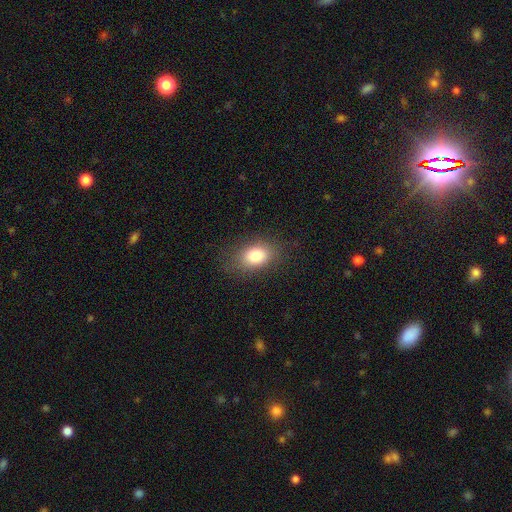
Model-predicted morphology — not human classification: Smooth or featured? smooth (82%)
How rounded? in between (81%)
Merging? none (81%)